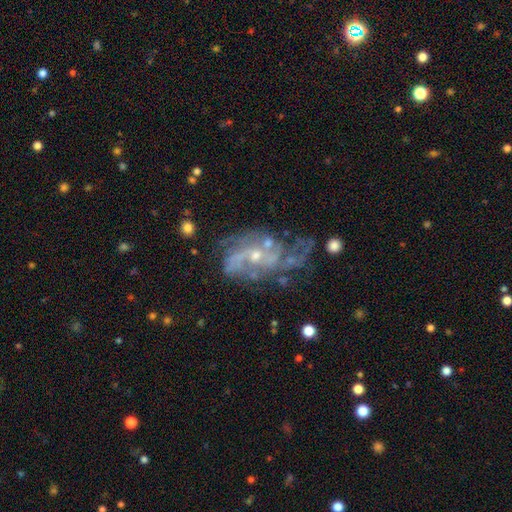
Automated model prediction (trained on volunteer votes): The model was most divided on "spiral arm count": 2: 33%, can't tell: 32%, 3: 16%, 4: 7%, 1: 6%, more than 4: 5%. Remaining: edge-on disk — no (96%); spiral arms — yes (83%); smooth or featured — featured or disk (81%); bar — no (67%); bulge size — small (64%); merging — none (45%); spiral winding — medium (41%).